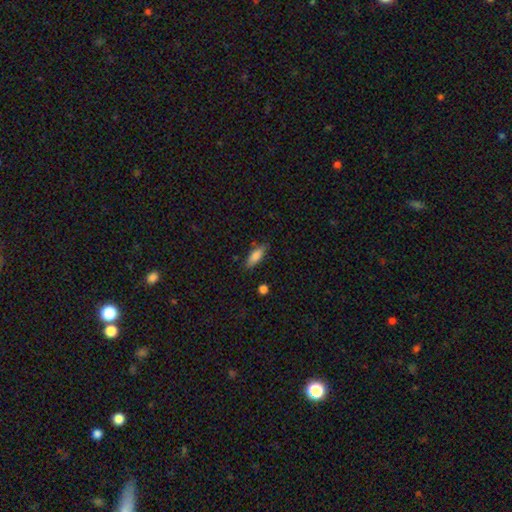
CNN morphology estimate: smooth_or_featured: smooth (p=0.82) [alt: featured or disk p=0.11]
how_rounded: in between (p=0.67) [alt: cigar-shaped p=0.31]
merging: none (p=0.79) [alt: minor disturbance p=0.15]